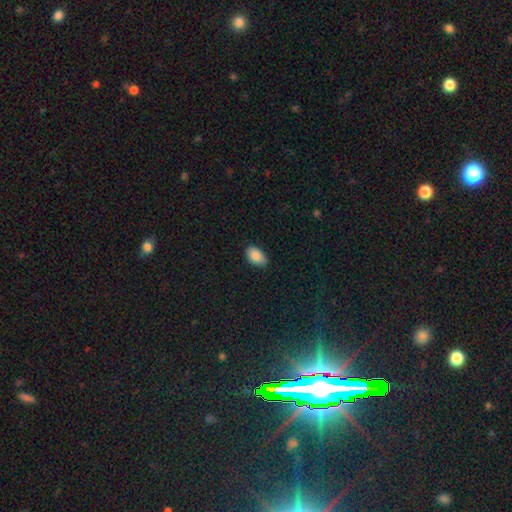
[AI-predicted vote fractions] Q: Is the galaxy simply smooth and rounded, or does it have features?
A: smooth — 88%.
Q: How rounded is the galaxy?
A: in between — 93%.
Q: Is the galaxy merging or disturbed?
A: none — 81%.